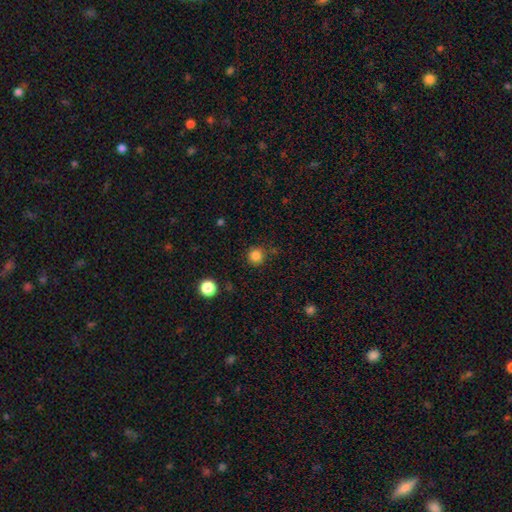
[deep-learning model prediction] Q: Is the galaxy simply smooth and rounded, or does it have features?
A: smooth — 83%.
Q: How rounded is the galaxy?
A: round — 94%.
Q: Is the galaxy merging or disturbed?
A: none — 84%.